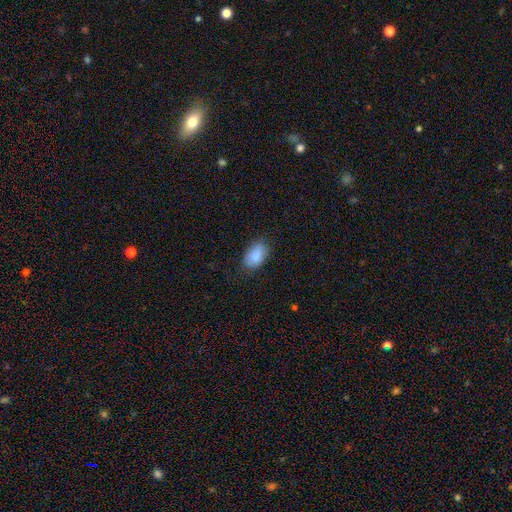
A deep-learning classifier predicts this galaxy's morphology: type=smooth (89%); roundness=in between (92%); merging=none (79%).